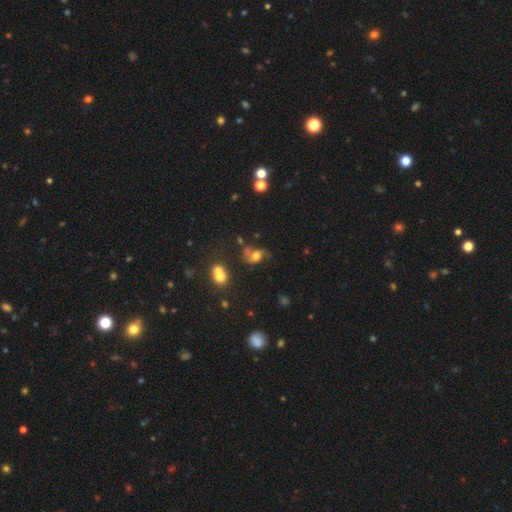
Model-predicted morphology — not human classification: Smooth or featured?
  - featured or disk: 45% *
  - smooth: 41%
  - star or artifact: 14%
Merging?
  - none: 40% *
  - minor disturbance: 23%
  - major disturbance: 23%
  - merger: 14%